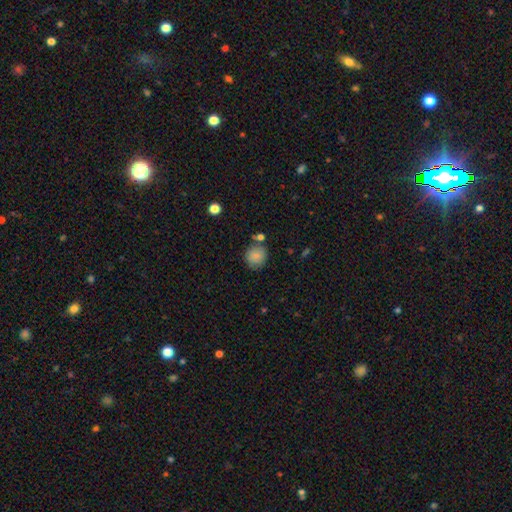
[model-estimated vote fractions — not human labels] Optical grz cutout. It shows a smooth galaxy with no disk features (84%) that is round (81%). Merging: none (73%).